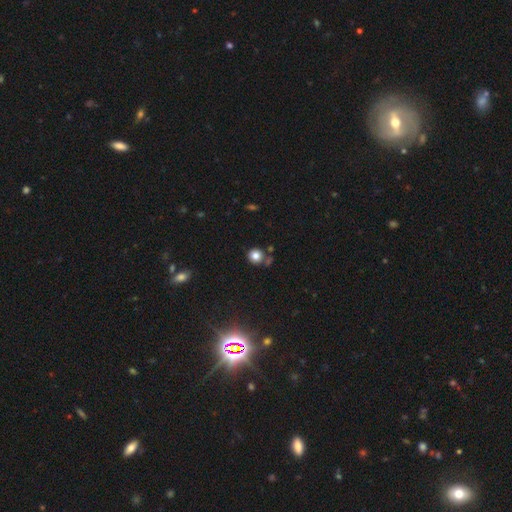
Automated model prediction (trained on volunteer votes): A smooth galaxy with no disk features (81%) that is round (91%).

Vote fractions:
- Smooth or featured? smooth: 81% / star or artifact: 12% / featured or disk: 7%
- How rounded? round: 91% / in between: 8% / cigar-shaped: 1%
- Merging? none: 76% / merger: 11% / minor disturbance: 10% / major disturbance: 3%